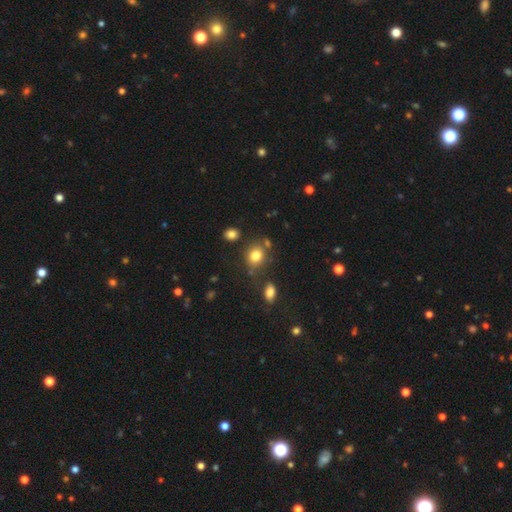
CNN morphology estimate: This is clearly a smooth galaxy (80%). How rounded: likely round (65%). Merging: likely none (73%).